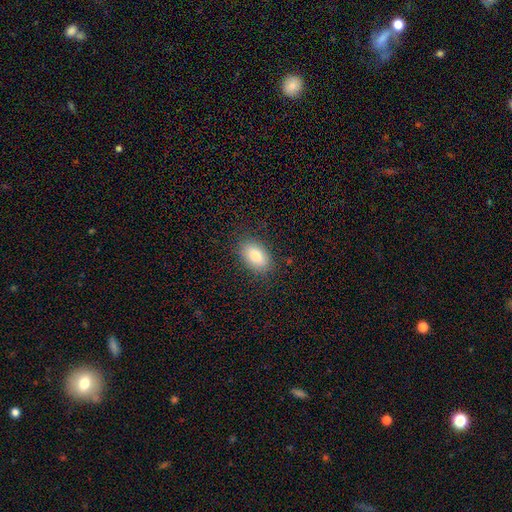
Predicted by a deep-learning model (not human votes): smooth-or-featured: smooth: 82% | featured or disk: 10% | star or artifact: 8%
  how-rounded: in between: 90% | round: 8% | cigar-shaped: 2%
  merging: none: 87% | minor disturbance: 10% | major disturbance: 3% | merger: 1%